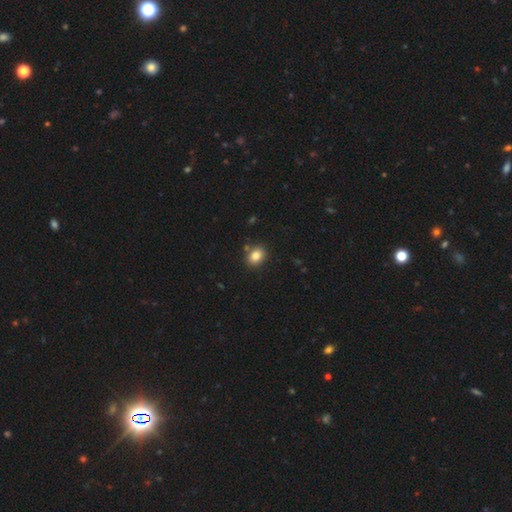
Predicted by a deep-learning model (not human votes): smooth-or-featured: smooth: 84% | star or artifact: 10% | featured or disk: 6%
  how-rounded: in between: 60% | round: 39% | cigar-shaped: 1%
  merging: none: 84% | minor disturbance: 9% | merger: 4% | major disturbance: 2%